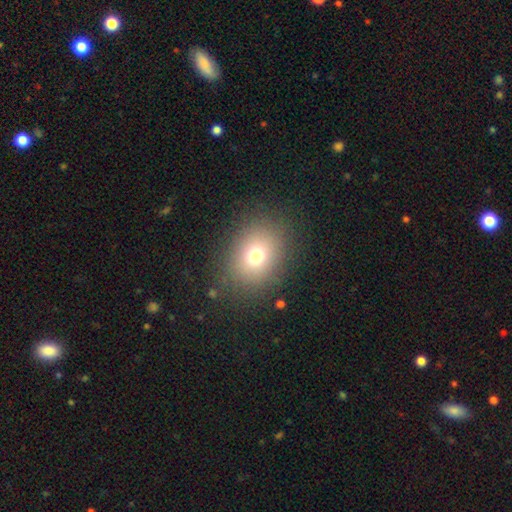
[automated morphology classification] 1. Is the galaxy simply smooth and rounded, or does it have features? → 73% smooth, 15% star or artifact, 12% featured or disk.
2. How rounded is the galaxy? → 50% in between, 49% round, 1% cigar-shaped.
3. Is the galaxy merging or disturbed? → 85% none, 9% minor disturbance, 5% major disturbance, 1% merger.